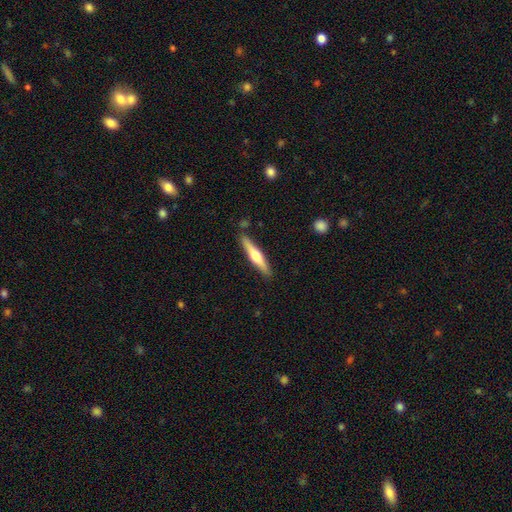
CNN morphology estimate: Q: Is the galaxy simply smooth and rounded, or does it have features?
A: featured or disk — 54%.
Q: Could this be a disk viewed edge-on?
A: yes — 96%.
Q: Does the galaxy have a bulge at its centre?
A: rounded — 88%.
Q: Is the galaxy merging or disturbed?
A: none — 86%.